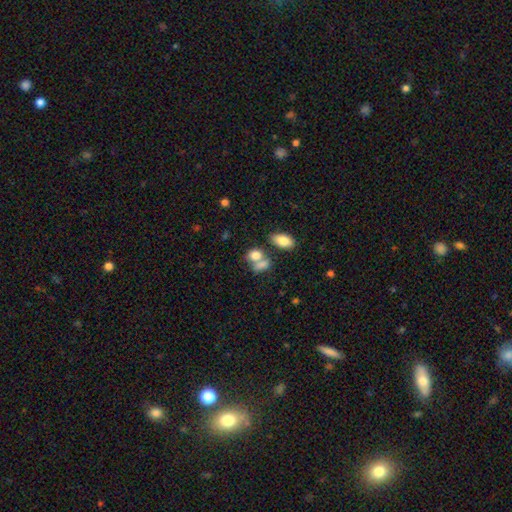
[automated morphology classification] smooth-or-featured: smooth: 81% | featured or disk: 10% | star or artifact: 9%
  how-rounded: in between: 69% | round: 28% | cigar-shaped: 3%
  merging: merger: 45% | none: 38% | minor disturbance: 11% | major disturbance: 6%